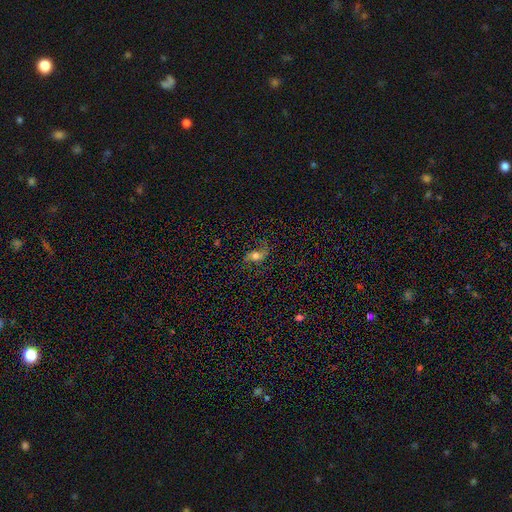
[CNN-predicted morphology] type=featured or disk (48%); merging=none (72%).